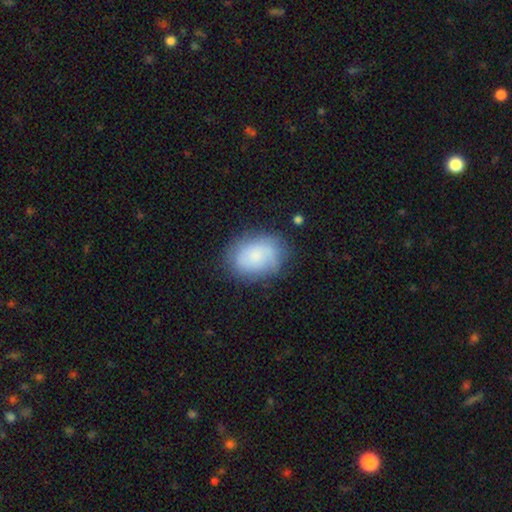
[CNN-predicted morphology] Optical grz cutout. It shows a smooth galaxy with no disk features (63%) that is in between round and cigar-shaped (71%). Merging: none (66%).